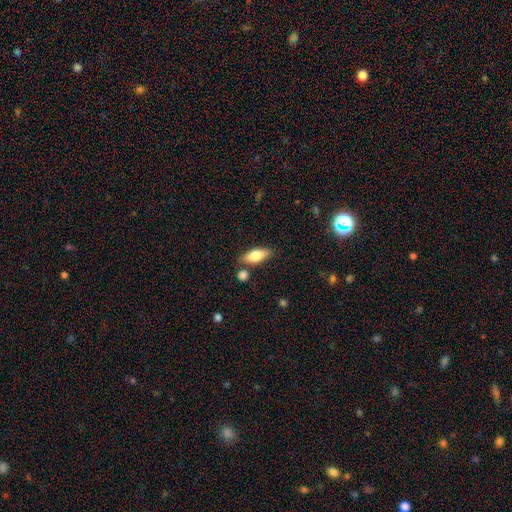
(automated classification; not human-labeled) smooth-or-featured: smooth: 74% | featured or disk: 20% | star or artifact: 6%
  how-rounded: in between: 73% | cigar-shaped: 24% | round: 3%
  merging: none: 78% | minor disturbance: 12% | merger: 7% | major disturbance: 3%